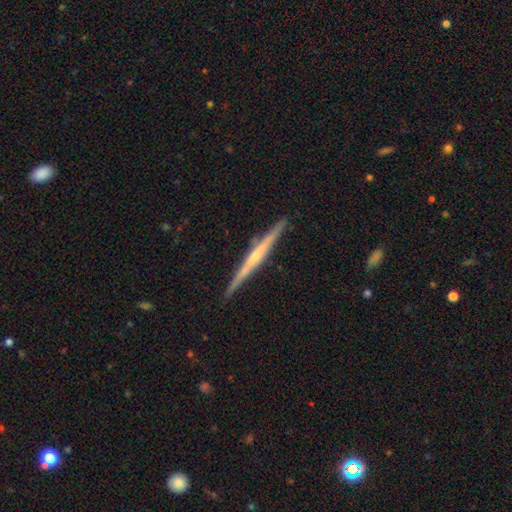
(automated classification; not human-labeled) Morphology: type=featured or disk (76%); edge-on=yes (98%); edge-on bulge=rounded (61%); merging=none (91%).